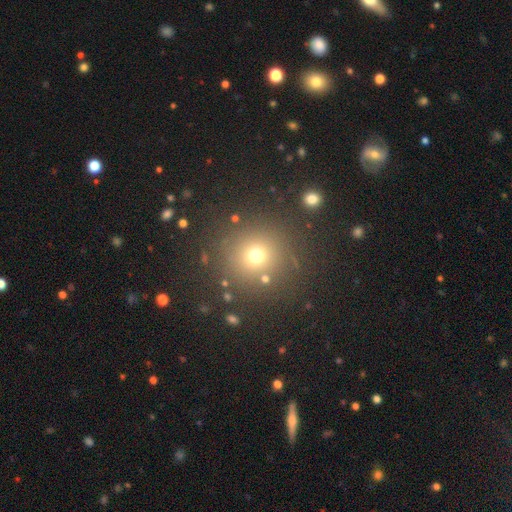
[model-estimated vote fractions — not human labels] smooth 69%, star or artifact 22%, featured or disk 9%. Down the decision tree: how rounded — round (93%); merging — none (84%).